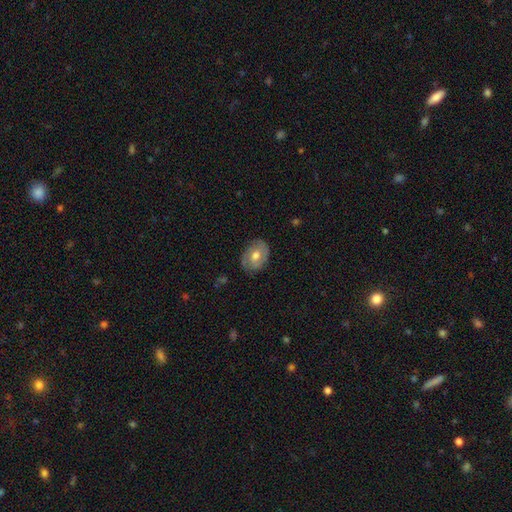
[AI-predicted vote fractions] Overall: smooth (50%; featured or disk 43%). How rounded: in between (69%; round 30%). Merging: none (77%).